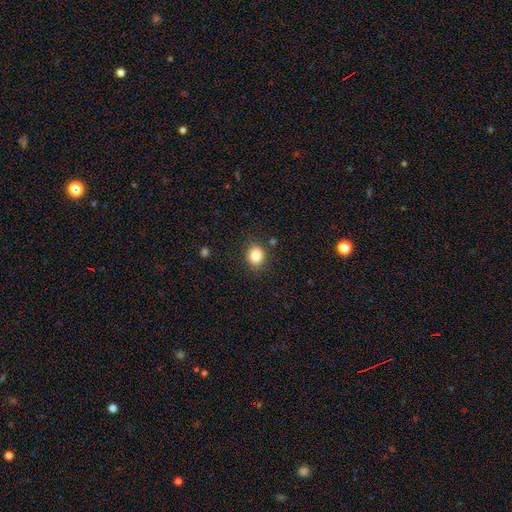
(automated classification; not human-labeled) Q: Smooth or featured?
A: smooth (84%); runner-up: star or artifact (10%)
Q: How rounded?
A: round (65%); runner-up: in between (34%)
Q: Merging?
A: none (85%); runner-up: minor disturbance (10%)